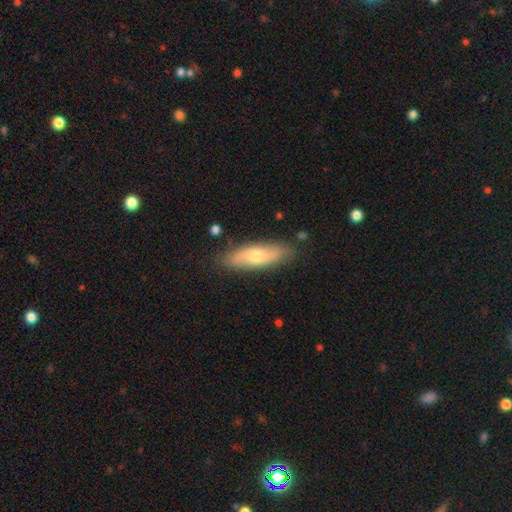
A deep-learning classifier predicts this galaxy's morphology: A smooth galaxy with no disk features (59%) that is in between round and cigar-shaped (51%). Merging: none (82%).